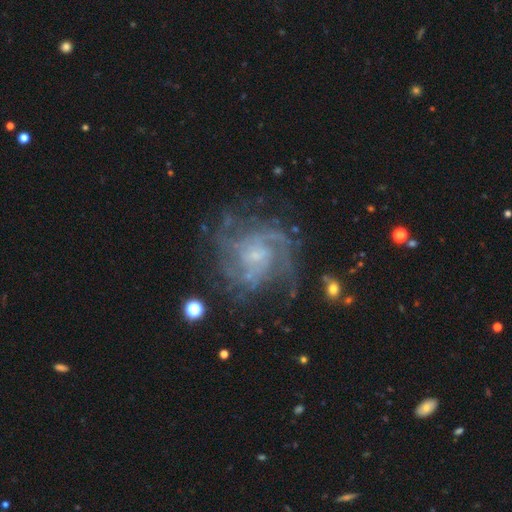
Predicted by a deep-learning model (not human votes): This appears to be a featured or disk galaxy (84%) with no bar (56%), medium (43%) spiral arms (93%) and a small central bulge (65%). Merging: none (66%).